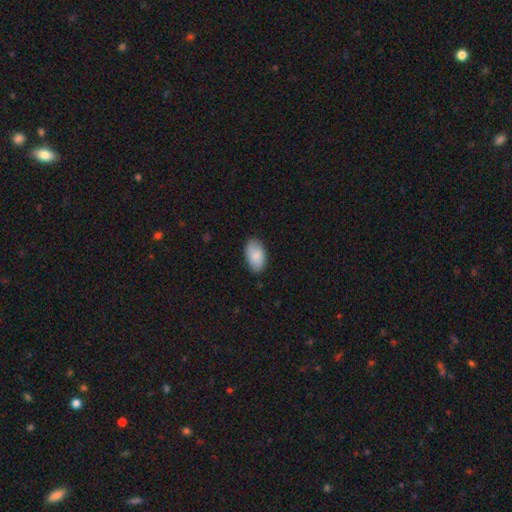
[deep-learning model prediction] Smooth or featured? smooth (83%)
How rounded? in between (94%)
Merging? none (83%)